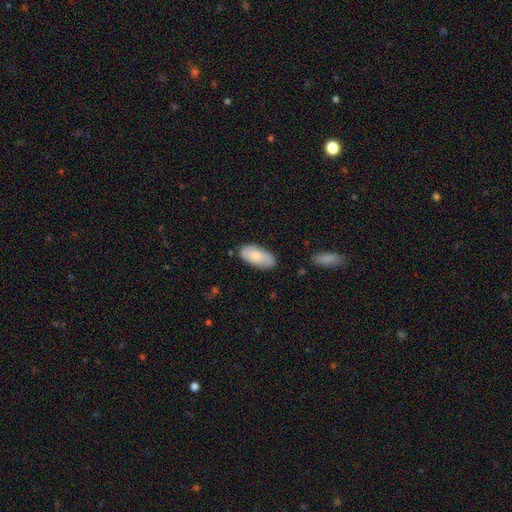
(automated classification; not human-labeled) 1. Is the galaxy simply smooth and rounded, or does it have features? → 78% smooth, 16% featured or disk, 6% star or artifact.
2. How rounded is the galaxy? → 93% in between, 5% cigar-shaped, 2% round.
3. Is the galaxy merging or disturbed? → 77% none, 18% minor disturbance, 3% major disturbance, 2% merger.